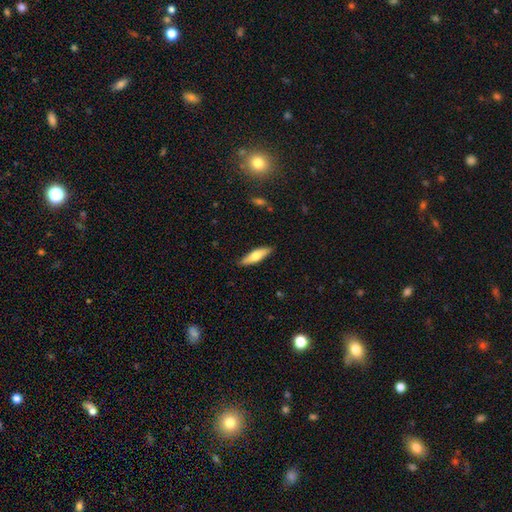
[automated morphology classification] Q: Smooth or featured?
A: smooth (62%); runner-up: featured or disk (32%)
Q: How rounded?
A: cigar-shaped (61%); runner-up: in between (37%)
Q: Merging?
A: none (88%); runner-up: minor disturbance (9%)